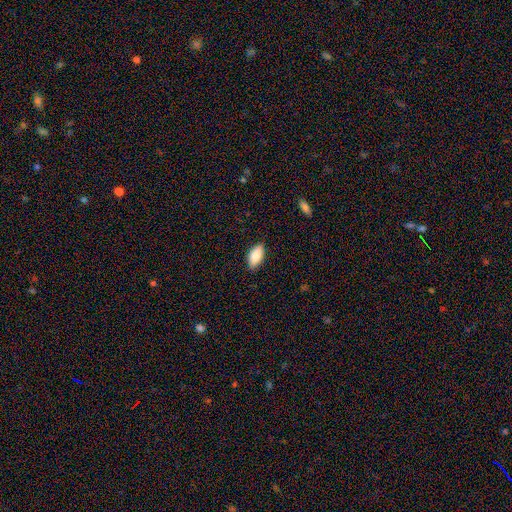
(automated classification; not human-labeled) Q: Smooth or featured?
A: smooth (85%); runner-up: featured or disk (8%)
Q: How rounded?
A: in between (92%); runner-up: cigar-shaped (6%)
Q: Merging?
A: none (85%); runner-up: minor disturbance (11%)